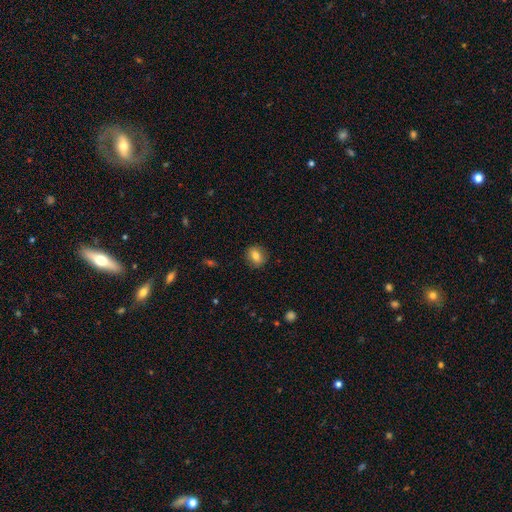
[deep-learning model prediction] Q: Smooth or featured?
A: smooth (79%); runner-up: featured or disk (12%)
Q: How rounded?
A: round (69%); runner-up: in between (29%)
Q: Merging?
A: none (88%); runner-up: minor disturbance (9%)